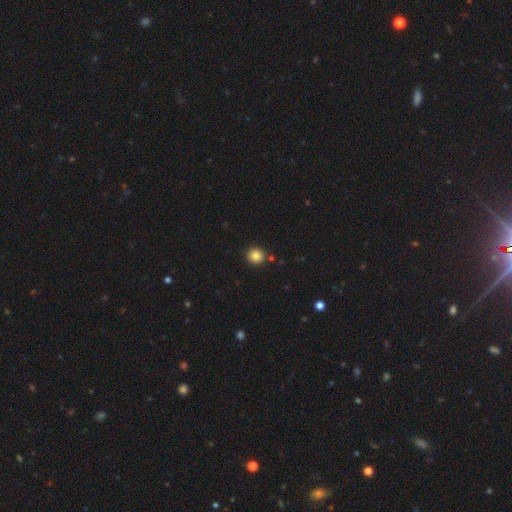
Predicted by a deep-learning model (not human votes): A smooth galaxy with no disk features (84%) that is round (92%).

Vote fractions:
- Smooth or featured? smooth: 84% / star or artifact: 11% / featured or disk: 5%
- How rounded? round: 92% / in between: 7% / cigar-shaped: 1%
- Merging? none: 88% / minor disturbance: 6% / merger: 4% / major disturbance: 2%